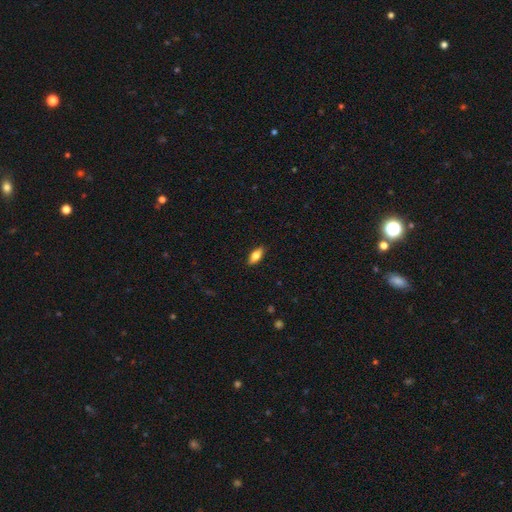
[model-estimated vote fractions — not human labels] smooth_or_featured: smooth (p=0.73) [alt: featured or disk p=0.20]
how_rounded: in between (p=0.81) [alt: cigar-shaped p=0.16]
merging: none (p=0.89) [alt: minor disturbance p=0.08]